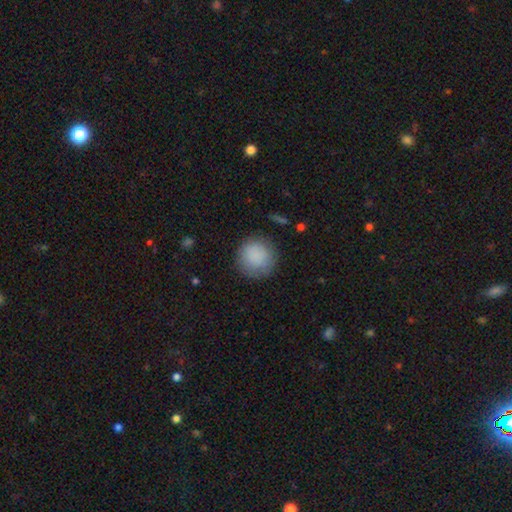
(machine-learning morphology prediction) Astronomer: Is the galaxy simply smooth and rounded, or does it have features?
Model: smooth — 87%.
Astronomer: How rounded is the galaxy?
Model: round — 93%.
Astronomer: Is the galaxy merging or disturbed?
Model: none — 82%.